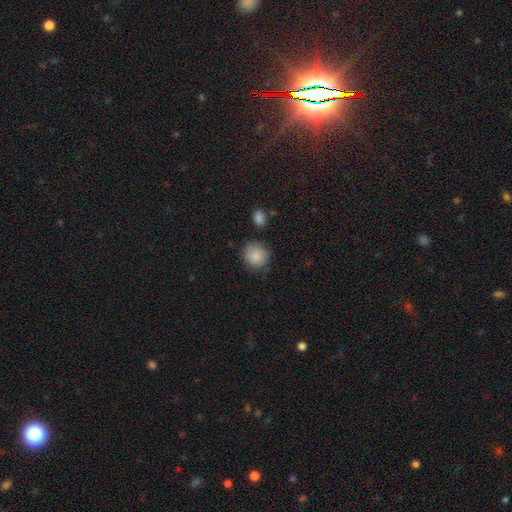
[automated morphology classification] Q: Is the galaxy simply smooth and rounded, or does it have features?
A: smooth — 88%.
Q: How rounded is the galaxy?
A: round — 85%.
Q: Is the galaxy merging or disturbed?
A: none — 77%.